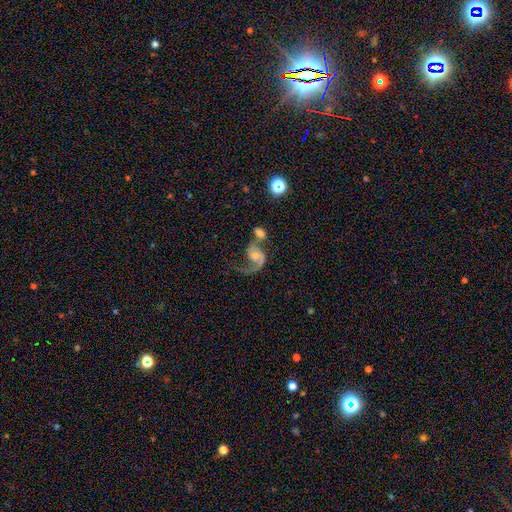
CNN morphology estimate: The model was most divided on "spiral arm count": 1: 51%, 2: 43%, can't tell: 3%, 3: 1%, 4: 1%, more than 4: 1%. Remaining: edge-on disk — no (98%); spiral arms — yes (93%); smooth or featured — featured or disk (81%); bar — no (64%); bulge size — moderate (52%); spiral winding — loose (48%); merging — merger (36%).